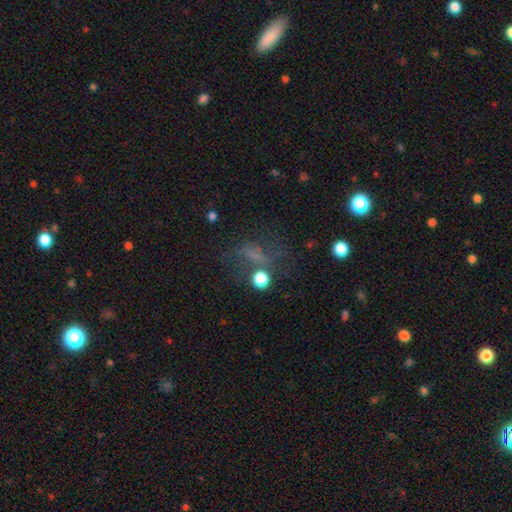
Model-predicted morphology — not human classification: The model was most divided on "smooth or featured": smooth: 44%, star or artifact: 32%, featured or disk: 24%. Remaining: merging — none (46%).